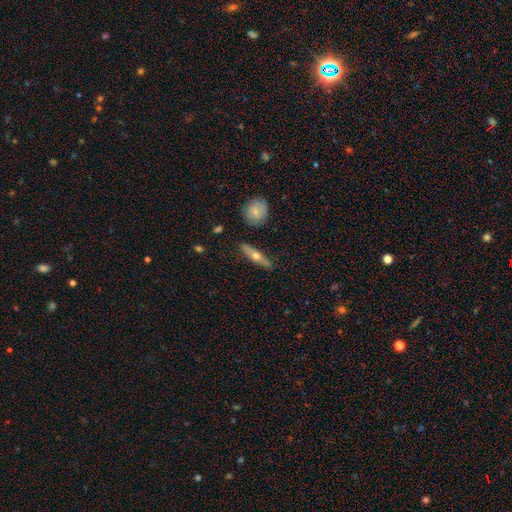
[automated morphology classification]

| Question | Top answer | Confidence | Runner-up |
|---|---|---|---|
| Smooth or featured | featured or disk | 49% | smooth (44%) |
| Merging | none | 85% | minor disturbance (10%) |